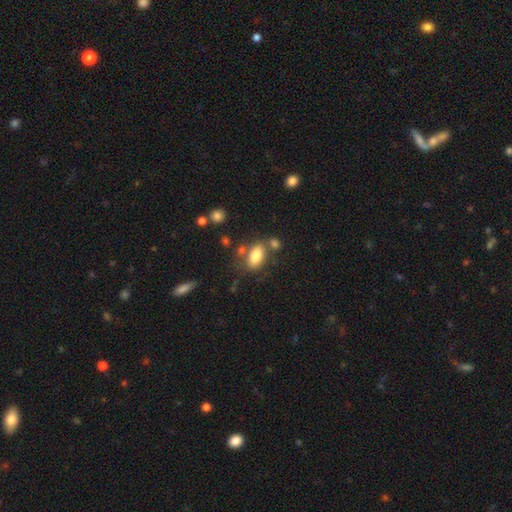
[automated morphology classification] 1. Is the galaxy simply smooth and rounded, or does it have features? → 80% smooth, 12% featured or disk, 8% star or artifact.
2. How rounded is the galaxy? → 89% in between, 6% round, 5% cigar-shaped.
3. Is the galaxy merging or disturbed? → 65% none, 15% minor disturbance, 15% merger, 5% major disturbance.